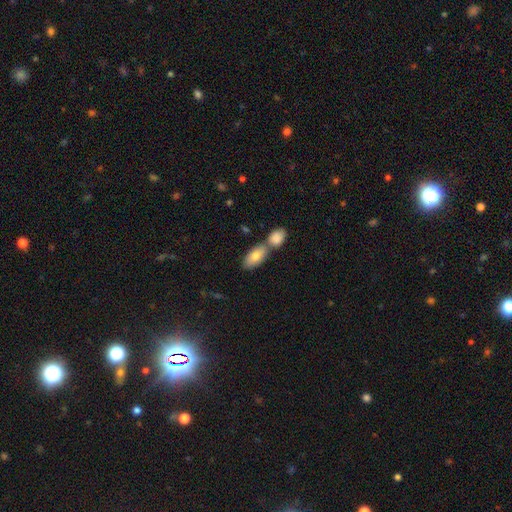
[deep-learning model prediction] Q: Smooth or featured?
A: smooth (80%); runner-up: featured or disk (15%)
Q: How rounded?
A: in between (90%); runner-up: cigar-shaped (6%)
Q: Merging?
A: merger (46%); runner-up: none (42%)